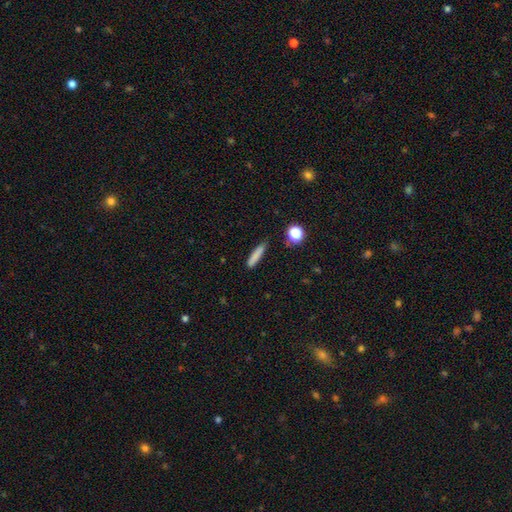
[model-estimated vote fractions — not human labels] Smooth or featured?
  - smooth: 80% *
  - featured or disk: 10%
  - star or artifact: 10%
How rounded?
  - cigar-shaped: 87% *
  - in between: 10%
  - round: 3%
Merging?
  - none: 80% *
  - minor disturbance: 14%
  - major disturbance: 3%
  - merger: 2%